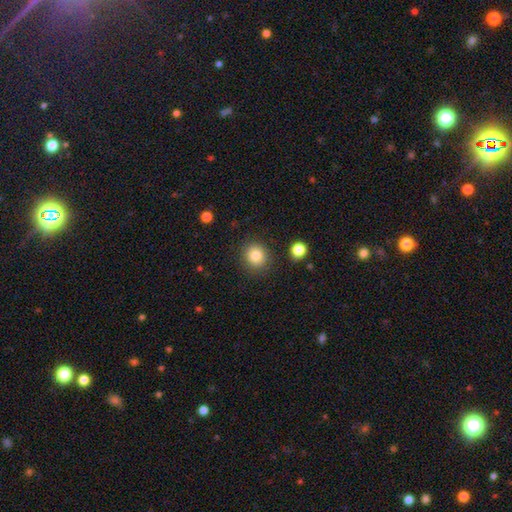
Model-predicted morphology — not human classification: Smooth or featured? smooth (82%)
How rounded? round (87%)
Merging? none (87%)